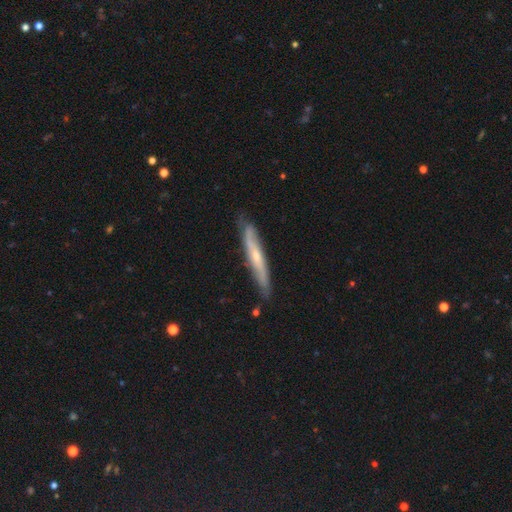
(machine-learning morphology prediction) The model was most divided on "smooth or featured": featured or disk: 64%, smooth: 30%, star or artifact: 6%. More confident: merging — none (77%); edge-on disk — yes (74%).